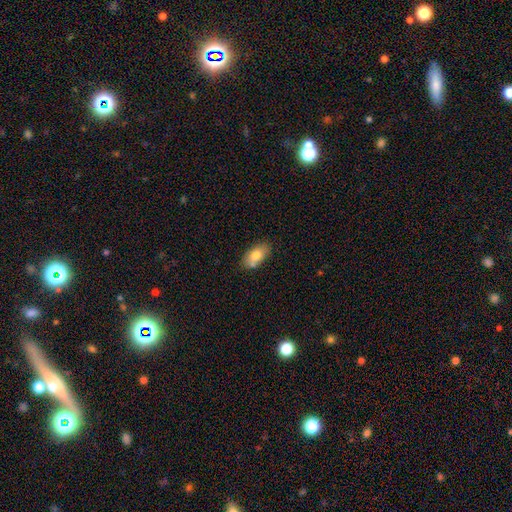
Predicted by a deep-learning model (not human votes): Smooth or featured? Predicted: smooth (p=0.76). How rounded? Predicted: in between (p=0.92). Merging? Predicted: none (p=0.70).